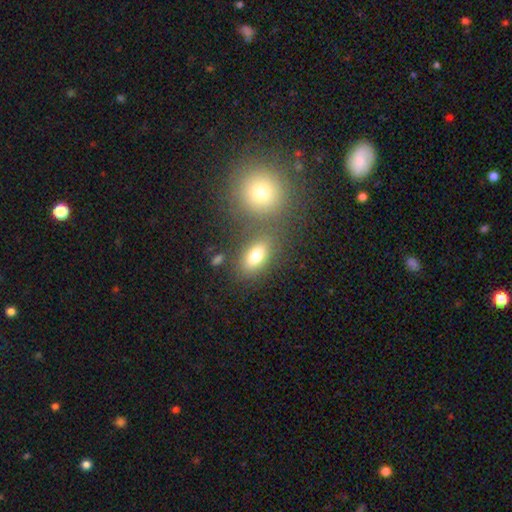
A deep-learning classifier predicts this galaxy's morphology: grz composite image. It shows a smooth galaxy with no disk features (77%) that is in between round and cigar-shaped (84%). Merging: none (69%).